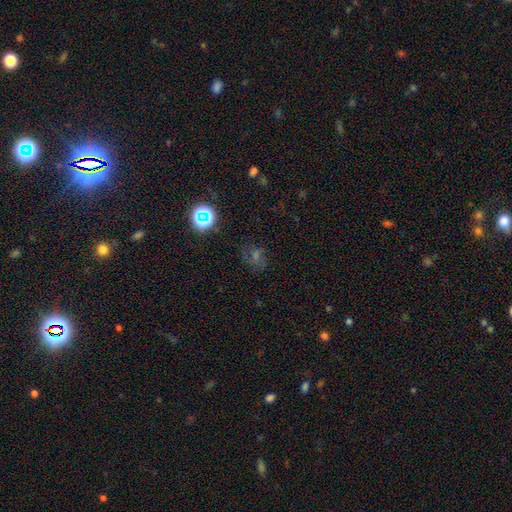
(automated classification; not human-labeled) smooth_or_featured: star or artifact (p=0.43) [alt: smooth p=0.29]